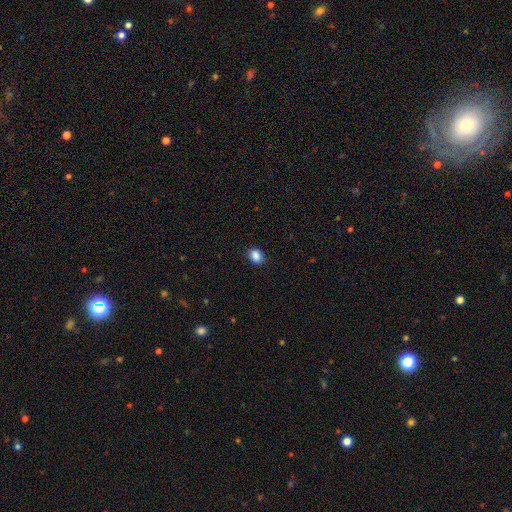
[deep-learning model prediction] smooth-or-featured: smooth: 88% | star or artifact: 9% | featured or disk: 3%
  how-rounded: in between: 52% | round: 47% | cigar-shaped: 1%
  merging: none: 89% | minor disturbance: 8% | major disturbance: 2% | merger: 1%